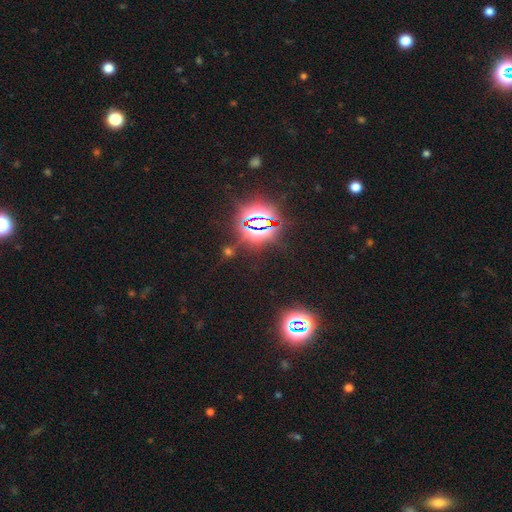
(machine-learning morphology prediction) Smooth or featured?
  - star or artifact: 83% *
  - smooth: 10%
  - featured or disk: 6%